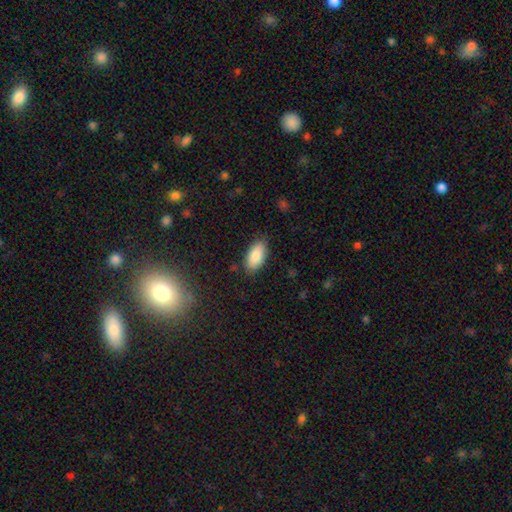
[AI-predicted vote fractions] Smooth or featured?
  - smooth: 87% *
  - star or artifact: 7%
  - featured or disk: 6%
How rounded?
  - in between: 93% *
  - cigar-shaped: 4%
  - round: 3%
Merging?
  - none: 82% *
  - minor disturbance: 14%
  - major disturbance: 3%
  - merger: 1%